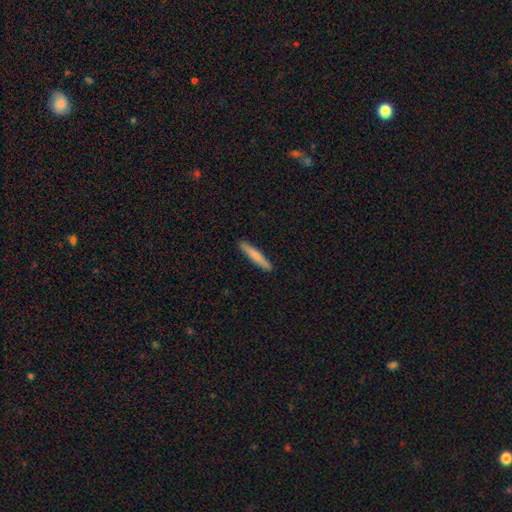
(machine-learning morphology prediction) Smooth or featured? smooth (73%)
How rounded? cigar-shaped (95%)
Merging? none (92%)